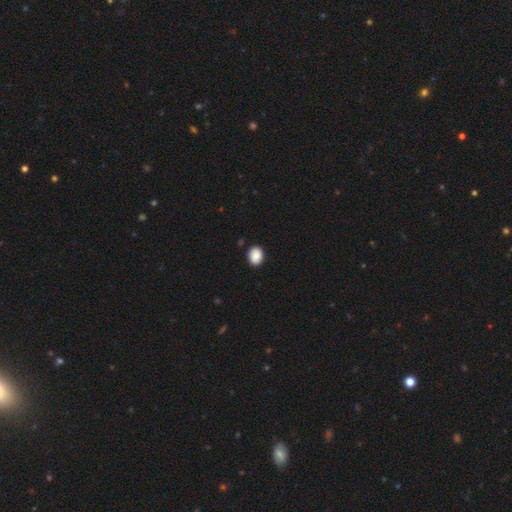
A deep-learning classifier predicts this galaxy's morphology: This appears to be a smooth galaxy with no disk features (89%) that is in between round and cigar-shaped (60%). Merging: none (89%).